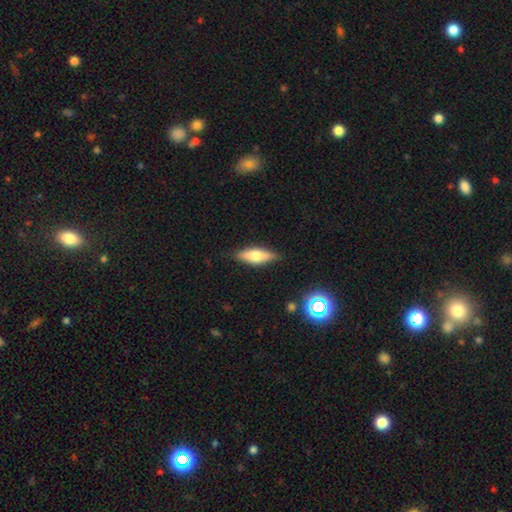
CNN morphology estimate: smooth_or_featured: smooth (p=0.56) [alt: featured or disk p=0.37]
how_rounded: in between (p=0.53) [alt: cigar-shaped p=0.44]
merging: none (p=0.85) [alt: minor disturbance p=0.11]